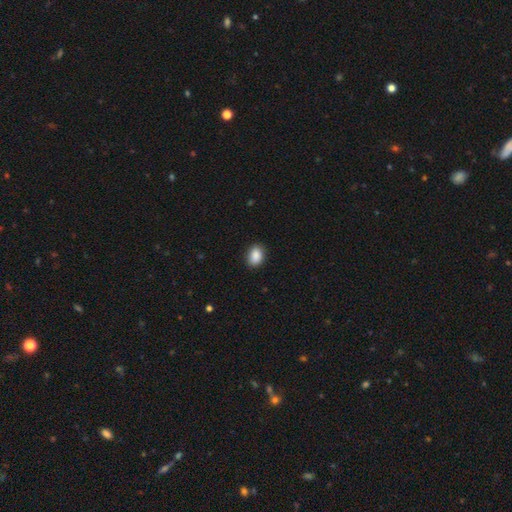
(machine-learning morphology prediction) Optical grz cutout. It shows a smooth galaxy with no disk features (90%) that is in between round and cigar-shaped (79%). Merging: none (89%).